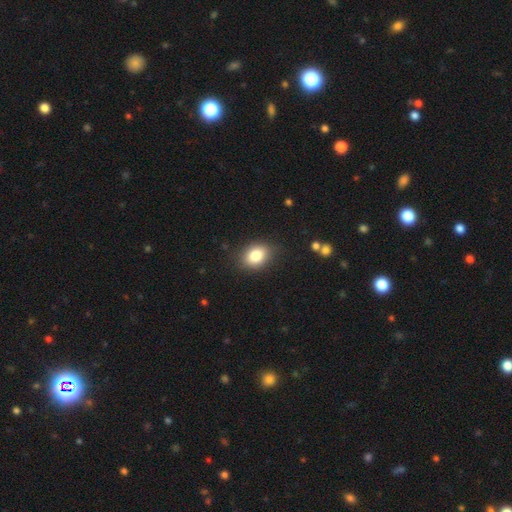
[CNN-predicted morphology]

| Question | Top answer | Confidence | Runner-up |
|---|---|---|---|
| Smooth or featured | smooth | 82% | star or artifact (9%) |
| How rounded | in between | 63% | round (36%) |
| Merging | none | 82% | minor disturbance (13%) |